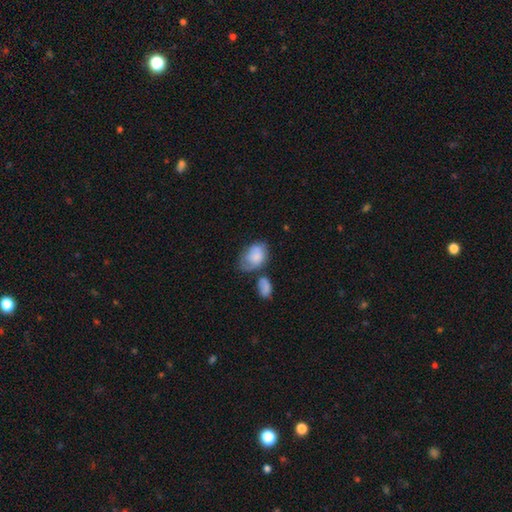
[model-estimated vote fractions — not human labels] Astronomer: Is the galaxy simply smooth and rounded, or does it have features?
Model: smooth — 77%.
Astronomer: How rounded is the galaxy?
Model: in between — 83%.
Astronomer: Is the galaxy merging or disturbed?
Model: none — 35% (runner-up: minor disturbance, 28%).